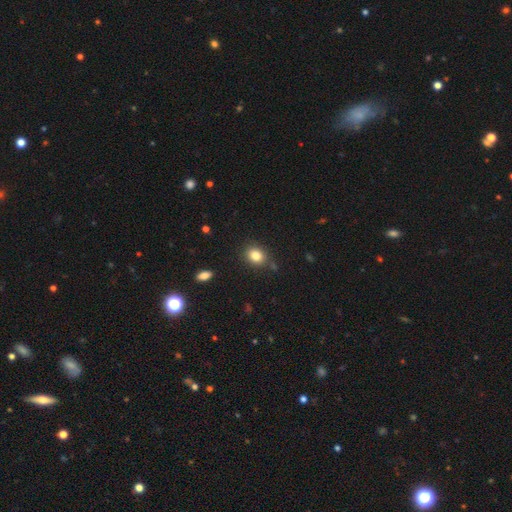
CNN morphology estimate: Smooth or featured: smooth — 82% (star or artifact — 11%)
How rounded: round — 58% (in between — 41%)
Merging: none — 81% (minor disturbance — 13%)